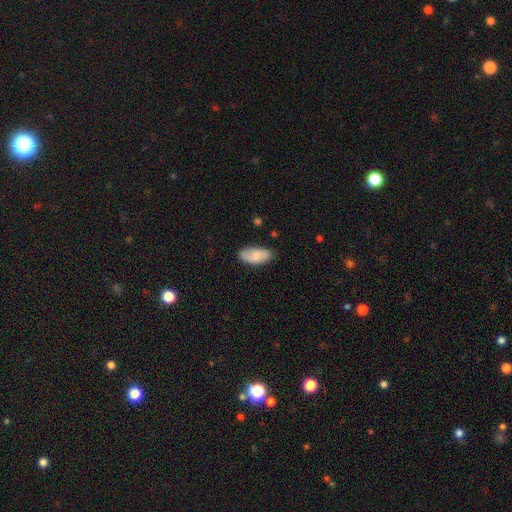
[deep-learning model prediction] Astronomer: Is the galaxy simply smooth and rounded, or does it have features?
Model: smooth — 75%.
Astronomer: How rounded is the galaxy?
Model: in between — 92%.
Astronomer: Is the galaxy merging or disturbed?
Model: none — 81%.